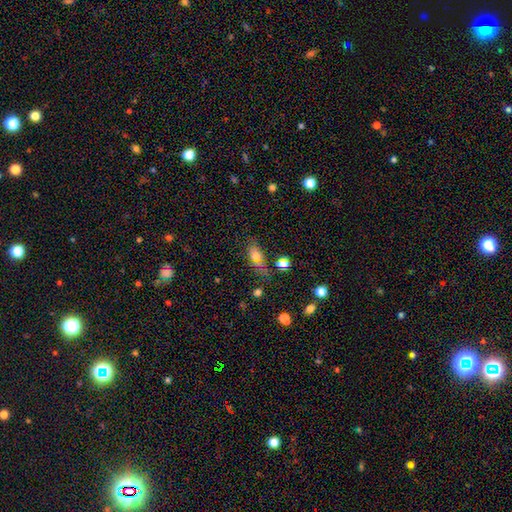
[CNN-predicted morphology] Smooth or featured: smooth — 59% (featured or disk — 21%)
How rounded: in between — 67% (cigar-shaped — 19%)
Merging: none — 64% (minor disturbance — 20%)